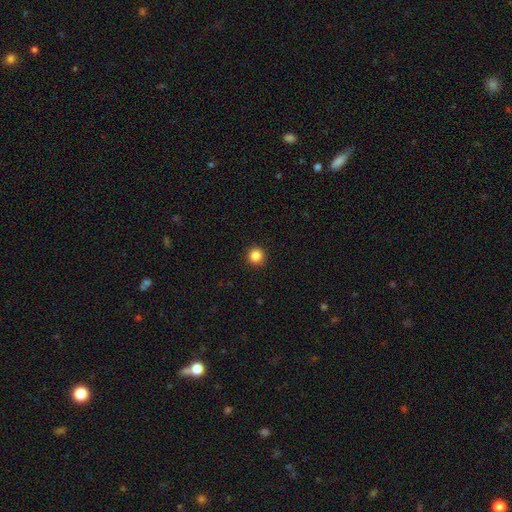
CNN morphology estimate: A smooth galaxy with no disk features (86%) that is round (96%).

Vote fractions:
- Smooth or featured? smooth: 86% / star or artifact: 11% / featured or disk: 3%
- How rounded? round: 96% / in between: 3% / cigar-shaped: 1%
- Merging? none: 93% / minor disturbance: 4% / major disturbance: 1% / merger: 1%